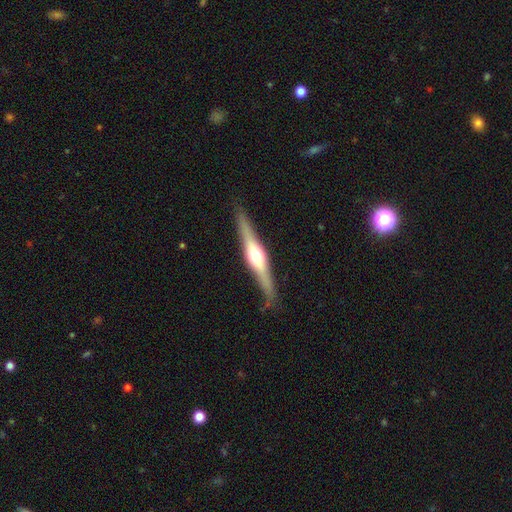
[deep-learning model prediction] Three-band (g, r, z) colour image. It shows a featured or disk galaxy (74%) viewed edge-on (97%) with a rounded central bulge (92%). Merging: none (87%).